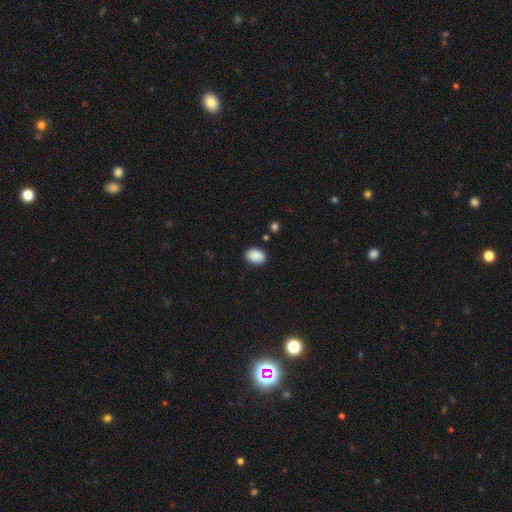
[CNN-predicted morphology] Smooth or featured? Predicted: smooth (p=0.88). How rounded? Predicted: in between (p=0.70). Merging? Predicted: none (p=0.83).